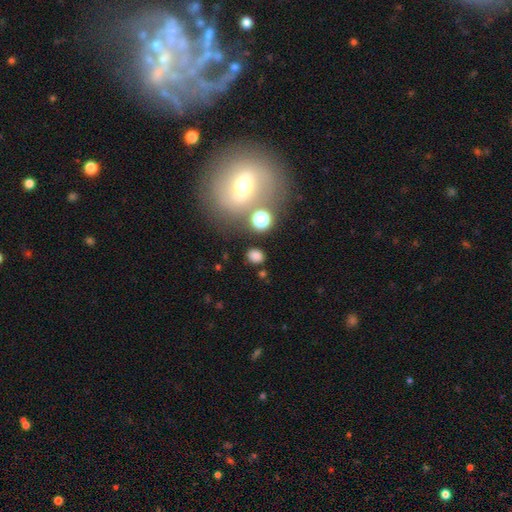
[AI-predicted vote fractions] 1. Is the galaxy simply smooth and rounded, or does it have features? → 74% smooth, 20% star or artifact, 7% featured or disk.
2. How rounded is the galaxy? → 53% round, 45% in between, 2% cigar-shaped.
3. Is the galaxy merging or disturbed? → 81% none, 10% minor disturbance, 5% merger, 4% major disturbance.